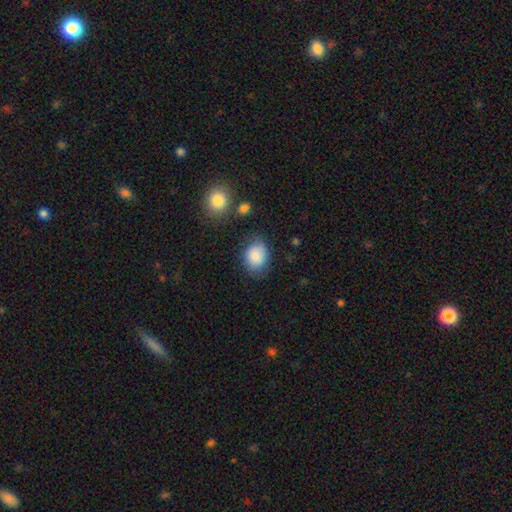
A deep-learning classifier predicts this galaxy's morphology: Smooth or featured?
  - smooth: 86% *
  - star or artifact: 7%
  - featured or disk: 7%
How rounded?
  - in between: 55% *
  - round: 44%
  - cigar-shaped: 1%
Merging?
  - none: 70% *
  - minor disturbance: 21%
  - major disturbance: 6%
  - merger: 3%